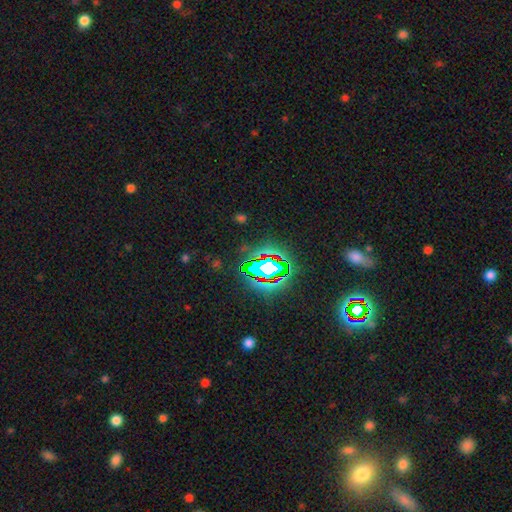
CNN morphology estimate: Smooth or featured? star or artifact (78%)